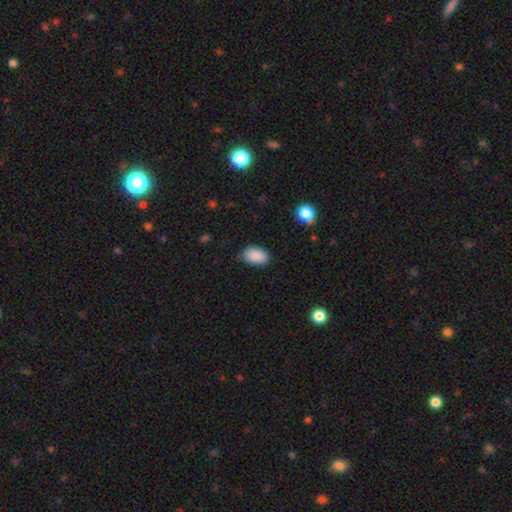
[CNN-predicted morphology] Smooth or featured: smooth — 89% (star or artifact — 7%)
How rounded: in between — 90% (round — 9%)
Merging: none — 77% (minor disturbance — 19%)